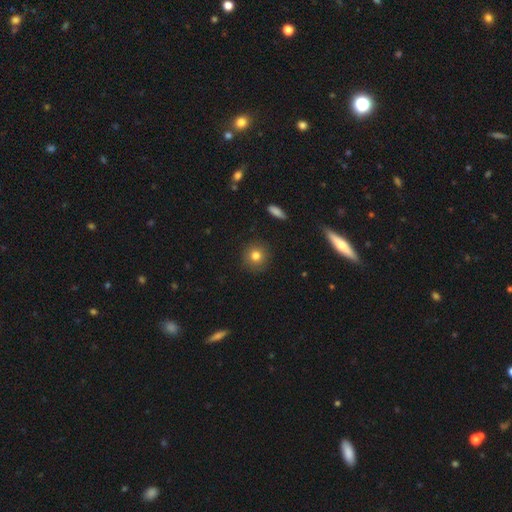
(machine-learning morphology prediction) The model was most divided on "smooth or featured": smooth: 79%, star or artifact: 11%, featured or disk: 9%. More confident: how rounded — round (93%); merging — none (90%).